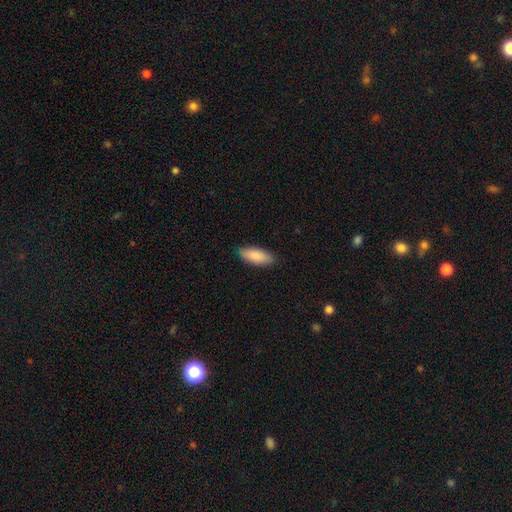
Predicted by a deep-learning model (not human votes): smooth-or-featured: smooth: 88% | featured or disk: 7% | star or artifact: 5%
  how-rounded: in between: 81% | cigar-shaped: 17% | round: 2%
  merging: none: 87% | minor disturbance: 10% | major disturbance: 2% | merger: 1%